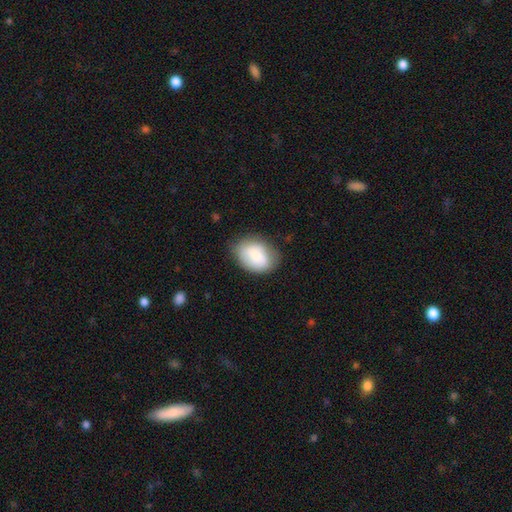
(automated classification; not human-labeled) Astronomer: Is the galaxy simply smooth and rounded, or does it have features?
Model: smooth — 69%.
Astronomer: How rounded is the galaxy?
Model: in between — 69%.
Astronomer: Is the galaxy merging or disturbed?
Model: none — 71%.